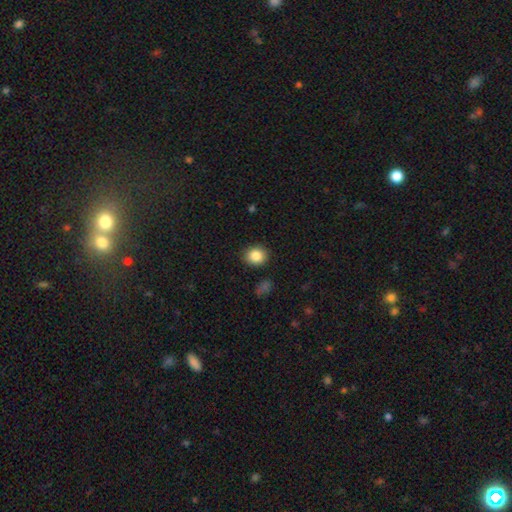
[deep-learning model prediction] Smooth or featured? smooth (85%)
How rounded? round (76%)
Merging? none (88%)